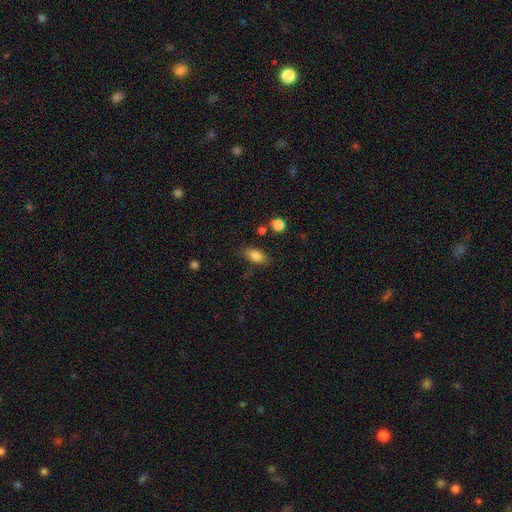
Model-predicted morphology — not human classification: Smooth or featured?
  - smooth: 83% *
  - star or artifact: 9%
  - featured or disk: 8%
How rounded?
  - in between: 87% *
  - round: 7%
  - cigar-shaped: 6%
Merging?
  - none: 75% *
  - minor disturbance: 17%
  - major disturbance: 5%
  - merger: 3%